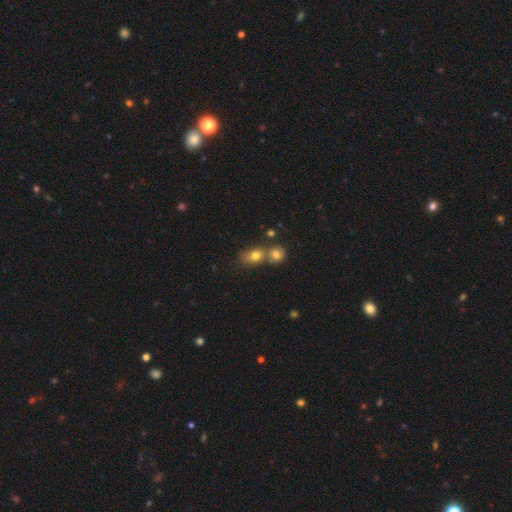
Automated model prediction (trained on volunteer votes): This appears to be a smooth galaxy with no disk features (75%) that is round (49%). Merging: merger (52%).